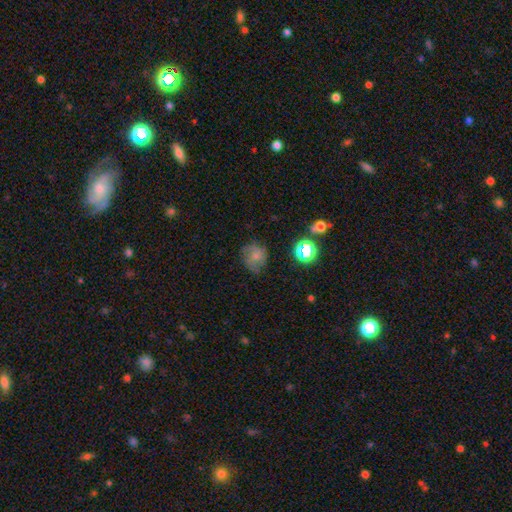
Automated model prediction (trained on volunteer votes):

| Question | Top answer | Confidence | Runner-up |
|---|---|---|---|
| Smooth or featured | smooth | 54% | featured or disk (31%) |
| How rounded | round | 81% | in between (18%) |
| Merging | none | 64% | minor disturbance (24%) |